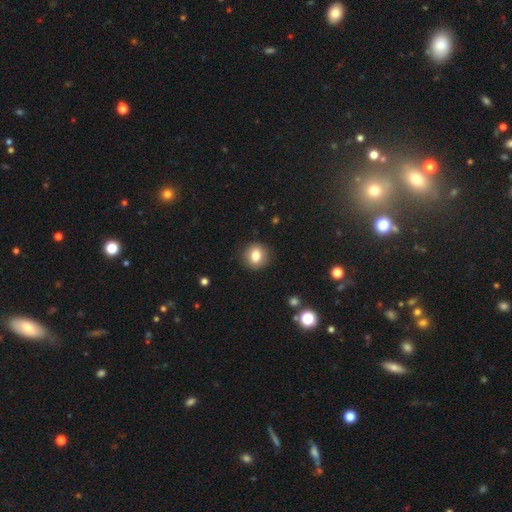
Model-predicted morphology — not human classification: The model was most divided on "how rounded": round: 81%, in between: 18%, cigar-shaped: 1%. More confident: merging — none (89%); smooth or featured — smooth (81%).